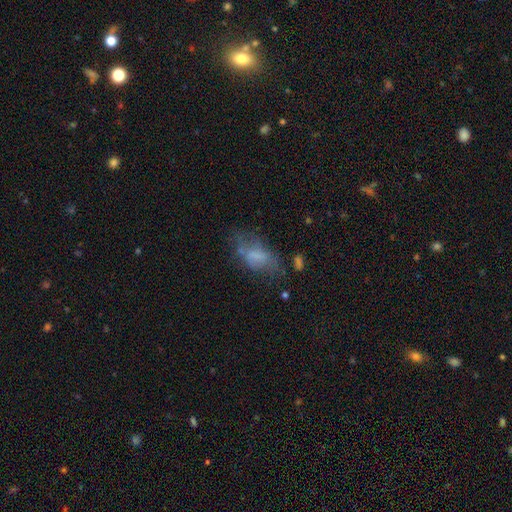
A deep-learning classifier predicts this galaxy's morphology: Smooth or featured: smooth — 54% (featured or disk — 35%)
How rounded: in between — 86% (cigar-shaped — 9%)
Merging: none — 40% (major disturbance — 27%)